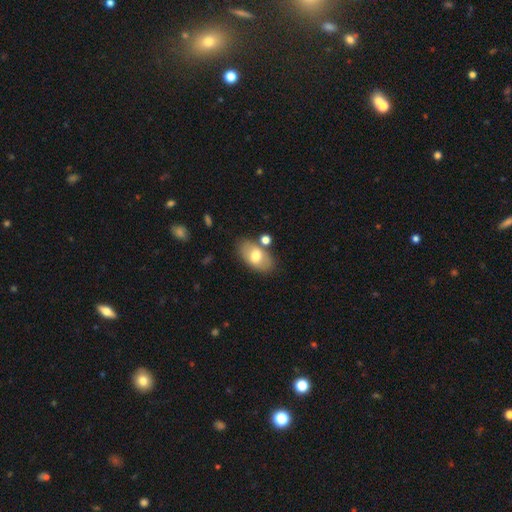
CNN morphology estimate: Smooth or featured? Predicted: smooth (p=0.67). How rounded? Predicted: in between (p=0.92). Merging? Predicted: none (p=0.74).